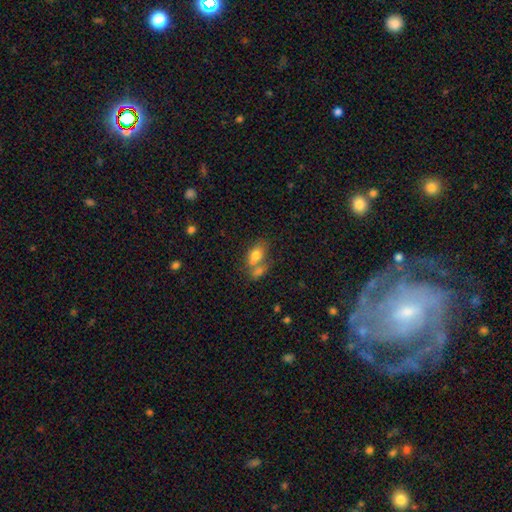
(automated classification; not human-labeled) smooth-or-featured: smooth: 75% | featured or disk: 16% | star or artifact: 9%
  how-rounded: in between: 79% | round: 19% | cigar-shaped: 2%
  merging: merger: 52% | none: 32% | minor disturbance: 11% | major disturbance: 6%